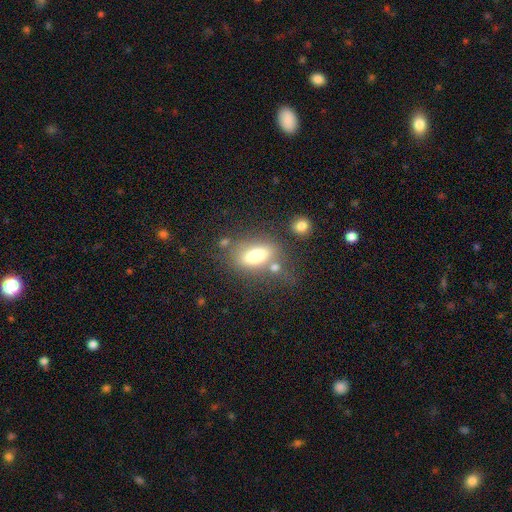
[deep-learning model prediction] Q: Smooth or featured?
A: smooth (74%); runner-up: featured or disk (17%)
Q: How rounded?
A: in between (82%); runner-up: cigar-shaped (10%)
Q: Merging?
A: none (56%); runner-up: merger (18%)